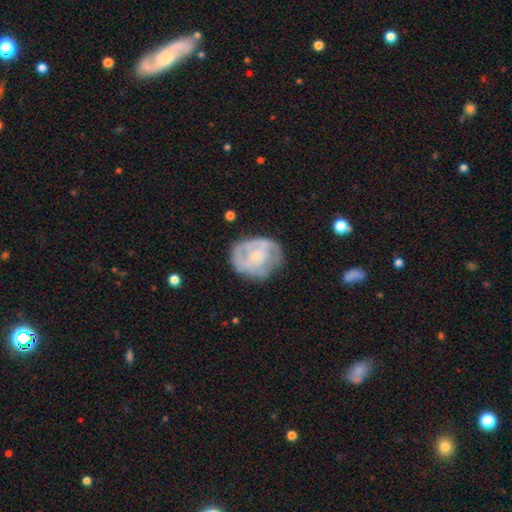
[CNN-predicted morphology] Overall: featured or disk (65%; smooth 28%). Edge-on disk: no (97%). Bar: no (68%). Spiral arms: yes (67%; no 33%). Bulge size: small (71%). Merging: none (59%; minor disturbance 25%).